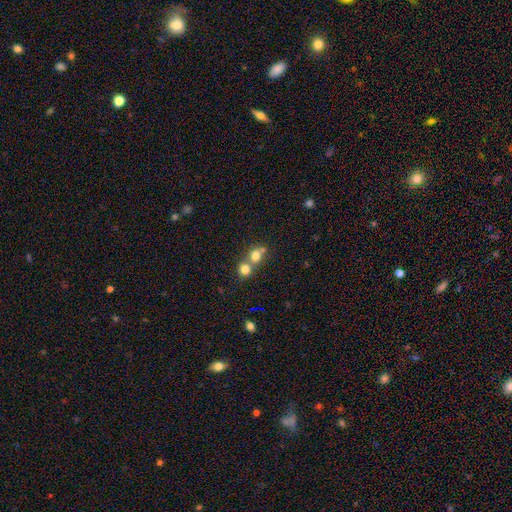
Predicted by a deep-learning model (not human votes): Smooth or featured: smooth — 74% (star or artifact — 14%)
How rounded: round — 75% (in between — 23%)
Merging: merger — 57% (none — 35%)